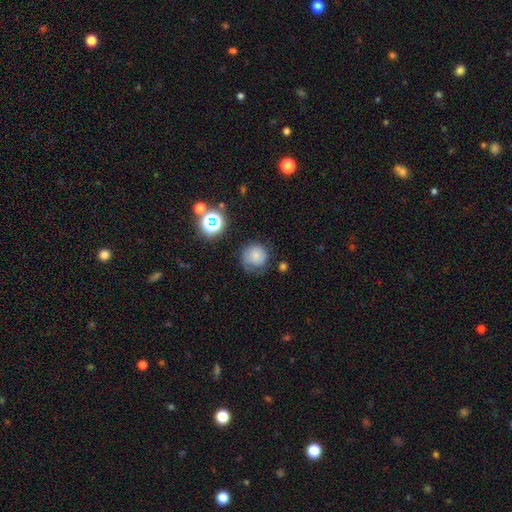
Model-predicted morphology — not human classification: smooth 72%, featured or disk 15%, star or artifact 13%. Down the decision tree: how rounded — round (90%); merging — none (60%).